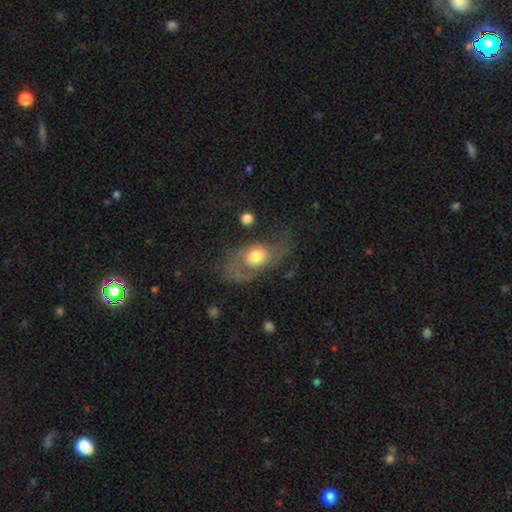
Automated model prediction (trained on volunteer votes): smooth-or-featured: featured or disk: 47% | smooth: 45% | star or artifact: 8%
  merging: major disturbance: 41% | none: 33% | minor disturbance: 22% | merger: 4%